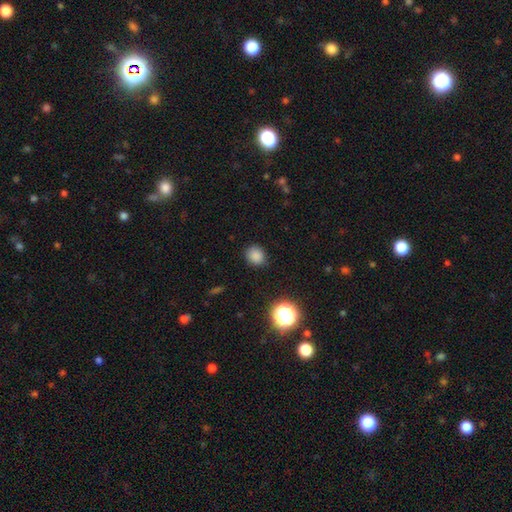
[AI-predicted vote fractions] A smooth galaxy with no disk features (82%) that is round (75%).

Vote fractions:
- Smooth or featured? smooth: 82% / star or artifact: 14% / featured or disk: 4%
- How rounded? round: 75% / in between: 24% / cigar-shaped: 1%
- Merging? none: 86% / minor disturbance: 10% / major disturbance: 3% / merger: 1%